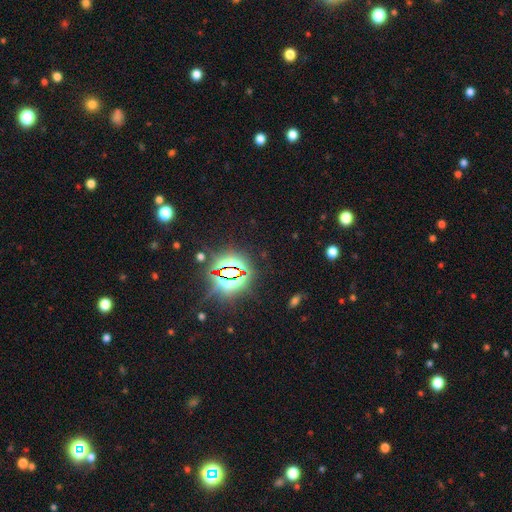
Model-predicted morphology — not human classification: smooth-or-featured: star or artifact: 83% | smooth: 10% | featured or disk: 7%